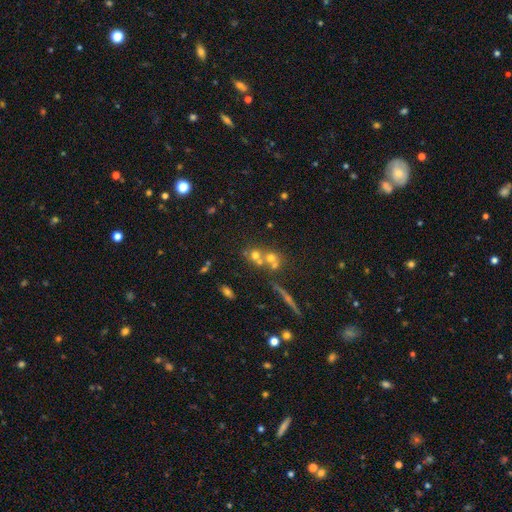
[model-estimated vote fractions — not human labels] Morphology: type=smooth (44%); merging=none (47%).